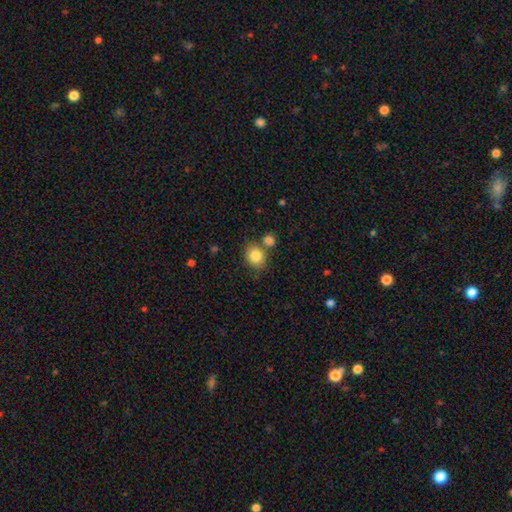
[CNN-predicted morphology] Smooth or featured?
  - smooth: 83% *
  - star or artifact: 9%
  - featured or disk: 7%
How rounded?
  - round: 58% *
  - in between: 41%
  - cigar-shaped: 1%
Merging?
  - none: 63% *
  - merger: 22%
  - minor disturbance: 12%
  - major disturbance: 4%